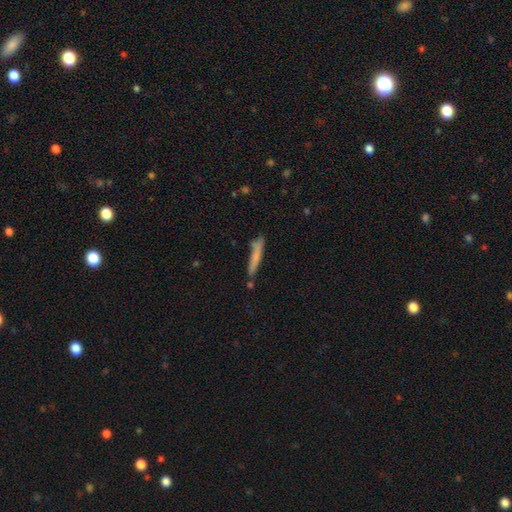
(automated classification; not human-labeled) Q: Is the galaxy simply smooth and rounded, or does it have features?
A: smooth — 69%.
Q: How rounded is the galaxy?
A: cigar-shaped — 94%.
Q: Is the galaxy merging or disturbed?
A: none — 72%.